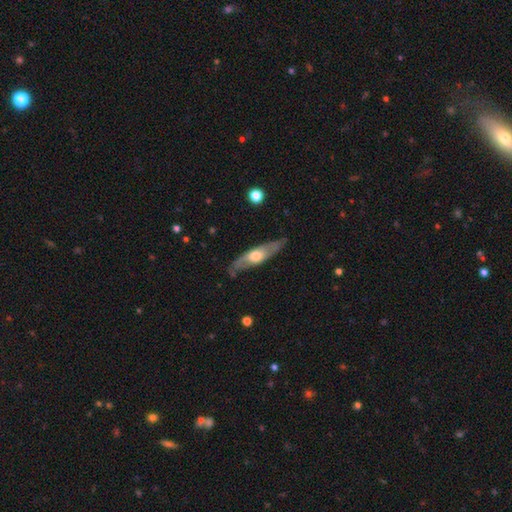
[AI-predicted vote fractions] A featured or disk galaxy (60%) viewed edge-on (63%).

Vote fractions:
- Smooth or featured? featured or disk: 60% / smooth: 36% / star or artifact: 5%
- Edge-on disk? yes: 63% / no: 37%
- Merging? none: 77% / minor disturbance: 18% / major disturbance: 4% / merger: 2%